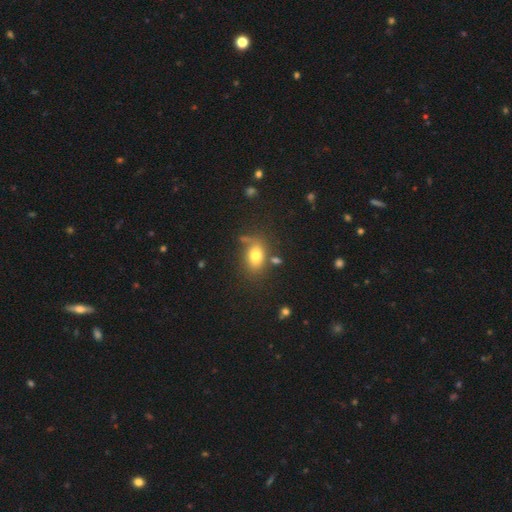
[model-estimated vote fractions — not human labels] smooth-or-featured: smooth: 76% | featured or disk: 13% | star or artifact: 11%
  how-rounded: in between: 77% | round: 21% | cigar-shaped: 2%
  merging: none: 69% | minor disturbance: 16% | merger: 9% | major disturbance: 6%